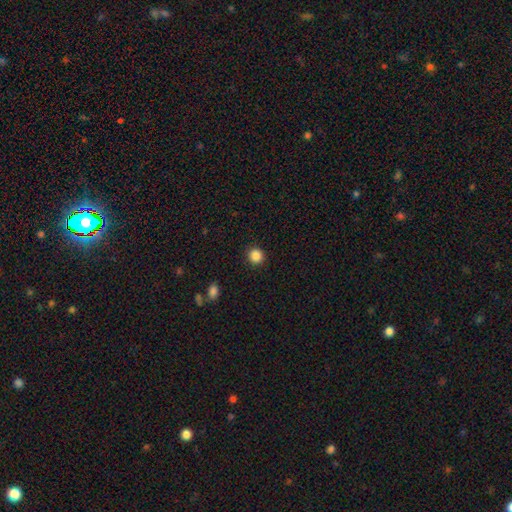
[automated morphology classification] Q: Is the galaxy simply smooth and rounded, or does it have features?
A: smooth — 86%.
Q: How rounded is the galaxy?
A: round — 92%.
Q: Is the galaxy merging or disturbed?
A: none — 92%.